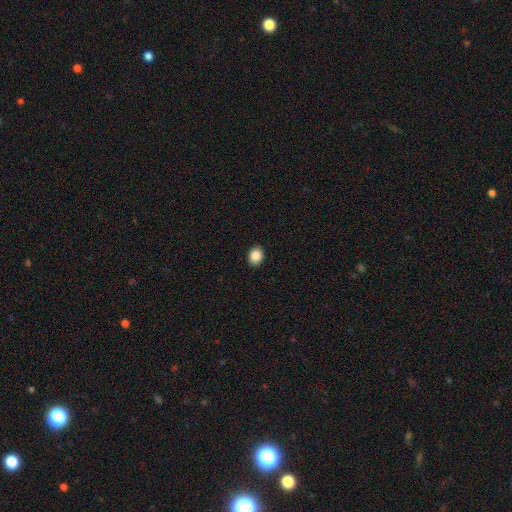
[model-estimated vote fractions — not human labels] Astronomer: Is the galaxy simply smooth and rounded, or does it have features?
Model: smooth — 86%.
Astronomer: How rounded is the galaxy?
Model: in between — 54% (runner-up: round, 45%).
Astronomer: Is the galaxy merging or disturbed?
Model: none — 91%.